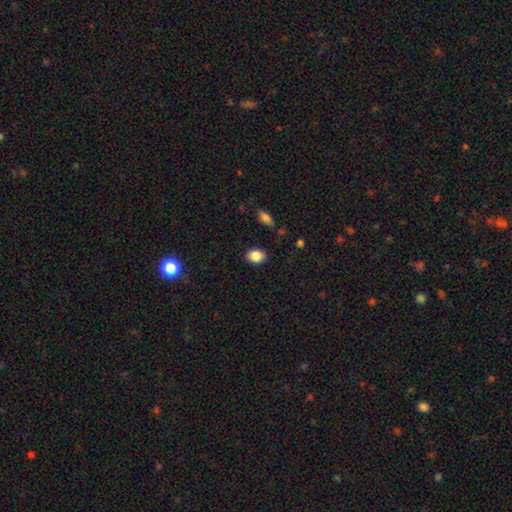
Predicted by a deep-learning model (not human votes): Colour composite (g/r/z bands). It shows a smooth galaxy with no disk features (87%) that is in between round and cigar-shaped (70%). Merging: none (87%).